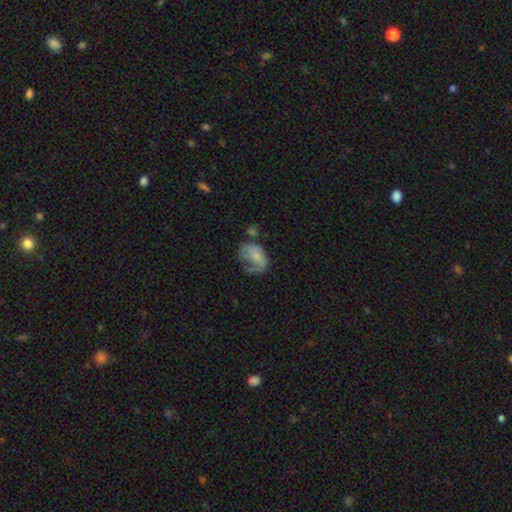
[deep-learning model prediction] This appears to be a smooth galaxy with no disk features (51%) that is in between round and cigar-shaped (78%). Merging: major disturbance (42%).